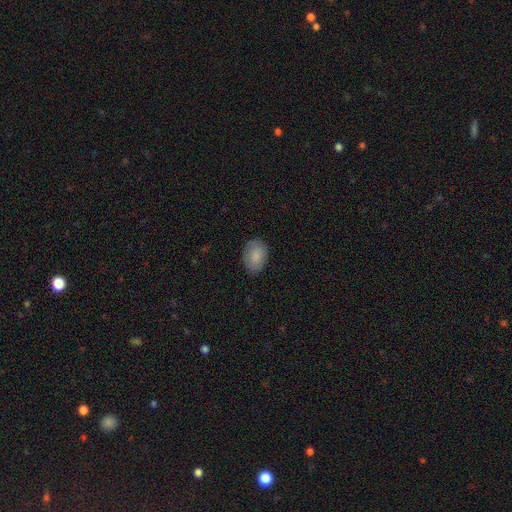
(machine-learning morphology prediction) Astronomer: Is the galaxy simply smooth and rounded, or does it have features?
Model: smooth — 85%.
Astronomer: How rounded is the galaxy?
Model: in between — 82%.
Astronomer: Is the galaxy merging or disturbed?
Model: none — 82%.